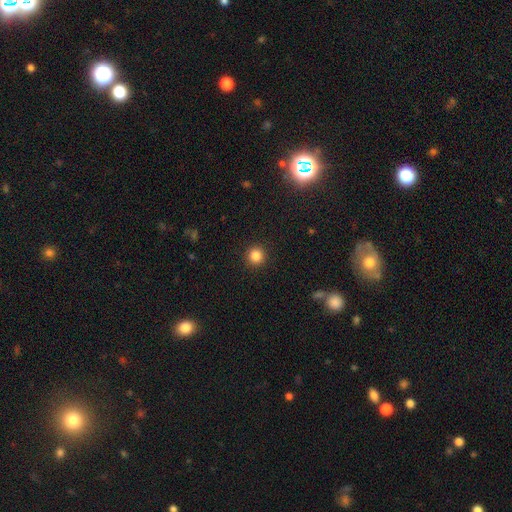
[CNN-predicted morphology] type=smooth (84%); roundness=round (95%); merging=none (92%).